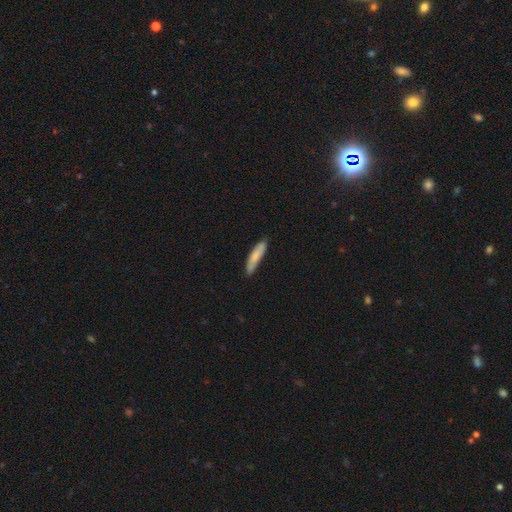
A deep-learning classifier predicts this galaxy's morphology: This appears to be a smooth galaxy with no disk features (78%) that is cigar-shaped (80%). Merging: none (79%).